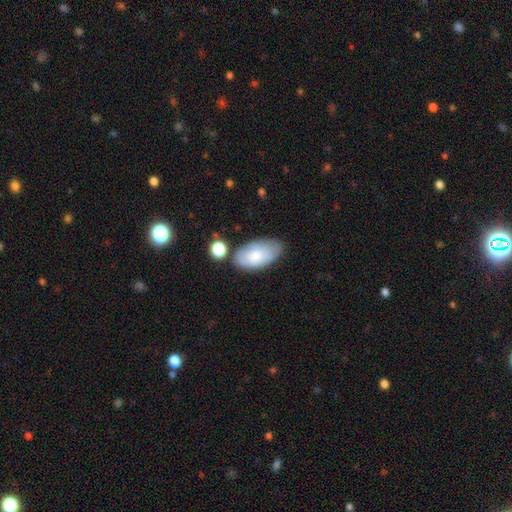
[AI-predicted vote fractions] Smooth or featured?
  - smooth: 74% *
  - featured or disk: 20%
  - star or artifact: 7%
How rounded?
  - in between: 95% *
  - round: 3%
  - cigar-shaped: 2%
Merging?
  - none: 66% *
  - minor disturbance: 20%
  - merger: 8%
  - major disturbance: 5%